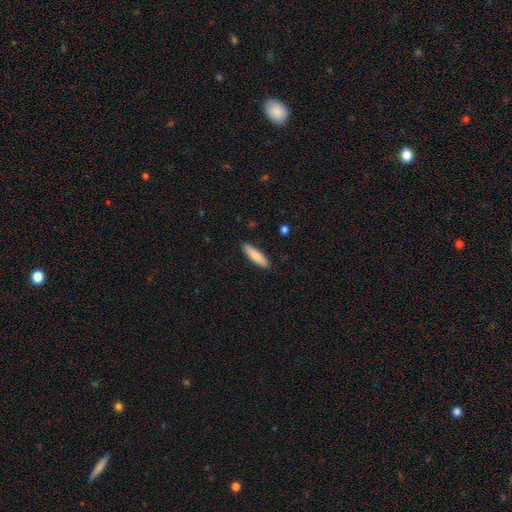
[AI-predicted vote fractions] Smooth or featured? Predicted: smooth (p=0.81). How rounded? Predicted: cigar-shaped (p=0.71). Merging? Predicted: none (p=0.90).